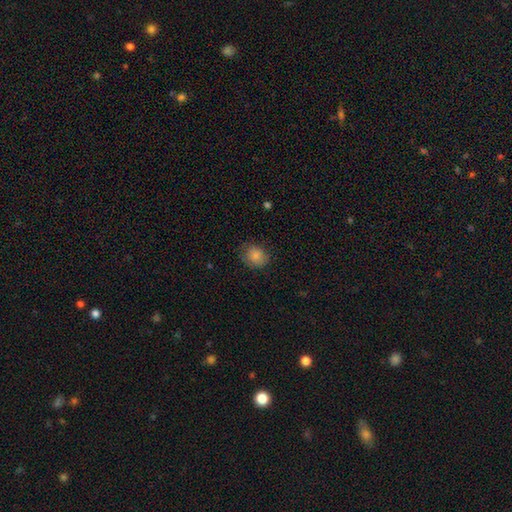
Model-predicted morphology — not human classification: Overall: smooth (84%). How rounded: round (66%; in between 33%). Merging: none (76%).